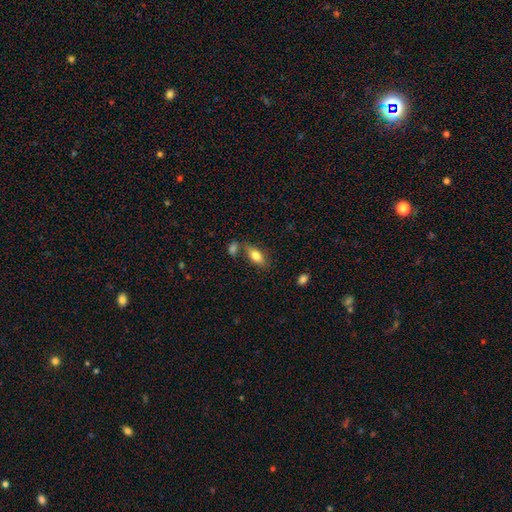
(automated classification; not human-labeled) A smooth galaxy with no disk features (79%) that is in between round and cigar-shaped (83%).

Vote fractions:
- Smooth or featured? smooth: 79% / featured or disk: 14% / star or artifact: 7%
- How rounded? in between: 83% / cigar-shaped: 14% / round: 3%
- Merging? none: 64% / merger: 18% / minor disturbance: 14% / major disturbance: 4%